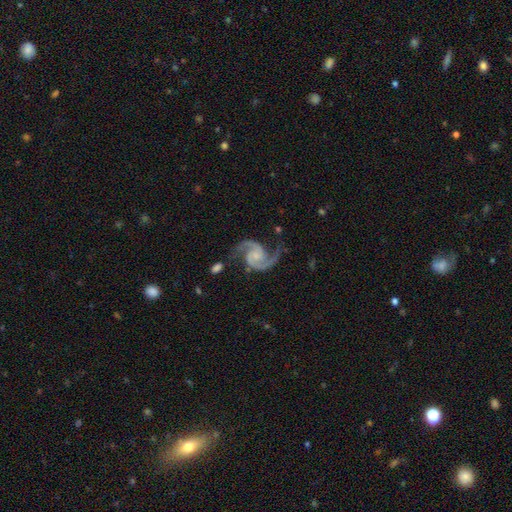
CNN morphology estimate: A featured or disk galaxy (94%) with no bar (65%), 2 (94%) medium (61%) spiral arms (99%) and a small central bulge (52%).

Vote fractions:
- Smooth or featured? featured or disk: 94% / star or artifact: 4% / smooth: 3%
- Edge-on disk? no: 98% / yes: 2%
- Bar? no: 65% / weak: 28% / strong: 7%
- Spiral arms? yes: 99% / no: 1%
- Spiral winding? medium: 61% / tight: 19% / loose: 19%
- Spiral arm count? 2: 94% / 3: 1% / can't tell: 1% / 1: 1% / 4: 1% / more than 4: 1%
- Bulge size? small: 52% / moderate: 23% / none: 22% / large: 3% / dominant: 1%
- Merging? none: 71% / minor disturbance: 18% / major disturbance: 8% / merger: 4%